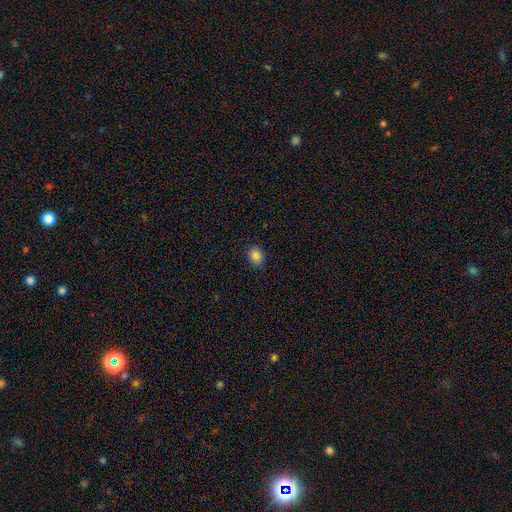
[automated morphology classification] Smooth or featured? smooth (85%)
How rounded? in between (50%)
Merging? none (88%)